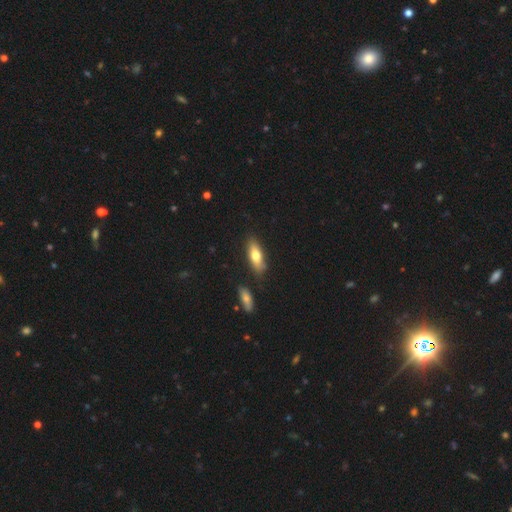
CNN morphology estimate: This appears to be a smooth galaxy with no disk features (70%) that is in between round and cigar-shaped (64%). Merging: none (77%).